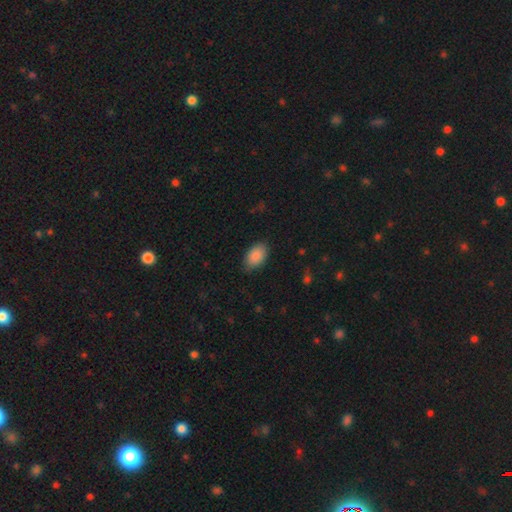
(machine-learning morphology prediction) The model was most divided on "merging": none: 82%, minor disturbance: 14%, major disturbance: 3%, merger: 1%. More confident: how rounded — in between (92%); smooth or featured — smooth (89%).